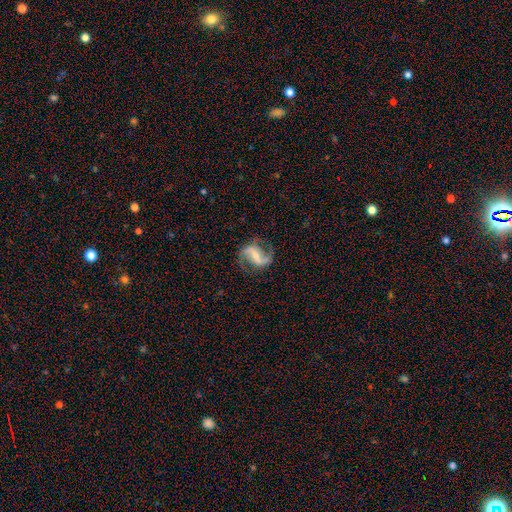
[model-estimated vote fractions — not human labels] smooth_or_featured: featured or disk (p=0.88) [alt: smooth p=0.06]
disk_edge_on: no (p=0.98) [alt: yes p=0.02]
bar: strong (p=0.45) [alt: weak p=0.39]
has_spiral_arms: yes (p=0.96) [alt: no p=0.04]
spiral_winding: loose (p=0.52) [alt: medium p=0.39]
spiral_arm_count: 2 (p=0.93) [alt: 1 p=0.02]
bulge_size: small (p=0.50) [alt: moderate p=0.26]
merging: none (p=0.76) [alt: minor disturbance p=0.14]